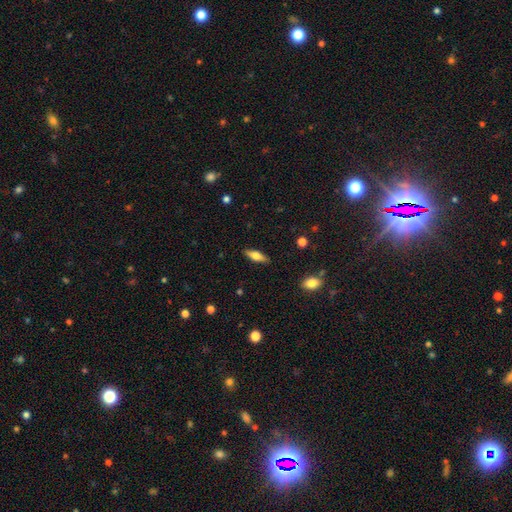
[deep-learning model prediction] Morphology: type=smooth (60%); roundness=in between (55%); merging=none (88%).